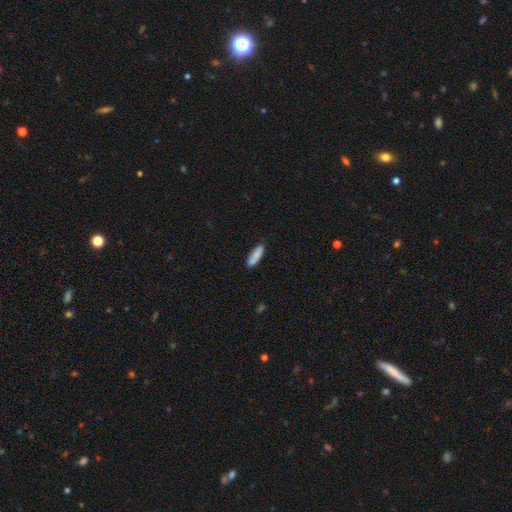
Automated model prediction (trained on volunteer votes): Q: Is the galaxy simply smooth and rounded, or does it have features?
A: smooth — 86%.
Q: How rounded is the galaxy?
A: cigar-shaped — 69%.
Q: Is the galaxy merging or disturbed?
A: none — 82%.